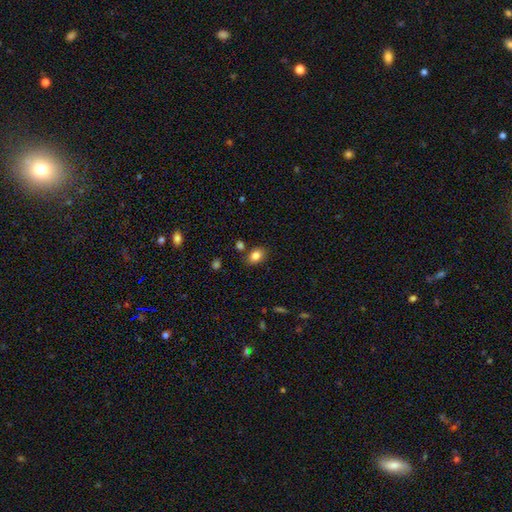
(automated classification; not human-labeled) Smooth or featured? Predicted: smooth (p=0.84). How rounded? Predicted: in between (p=0.74). Merging? Predicted: none (p=0.80).